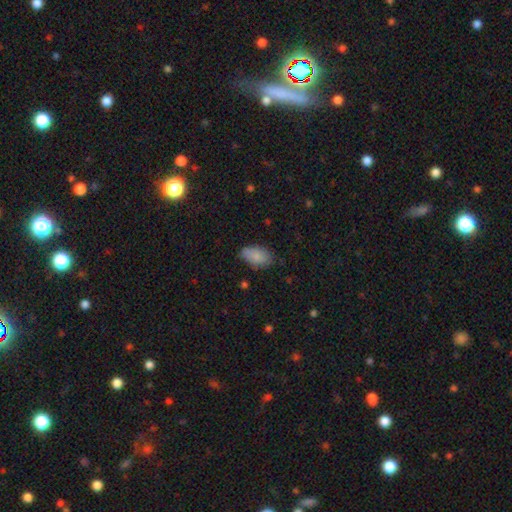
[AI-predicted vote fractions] This is clearly a smooth galaxy (83%). How rounded: clearly in between (93%). Merging: likely none (69%).